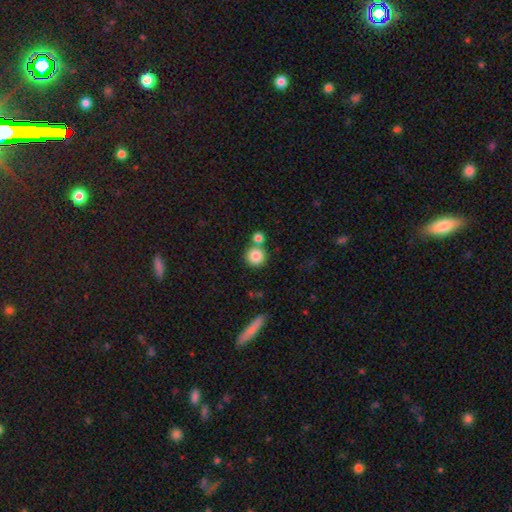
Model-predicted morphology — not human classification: Smooth or featured?
  - smooth: 84% *
  - star or artifact: 9%
  - featured or disk: 7%
How rounded?
  - round: 92% *
  - in between: 7%
  - cigar-shaped: 1%
Merging?
  - none: 65% *
  - merger: 24%
  - minor disturbance: 8%
  - major disturbance: 3%